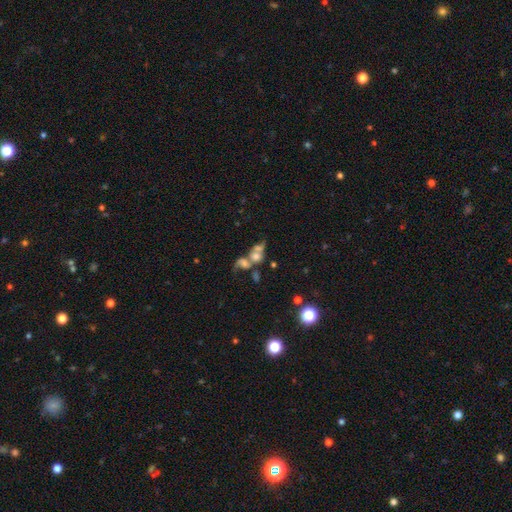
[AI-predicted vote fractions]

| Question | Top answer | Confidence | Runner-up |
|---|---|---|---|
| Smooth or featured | smooth | 44% | featured or disk (38%) |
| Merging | merger | 68% | none (15%) |